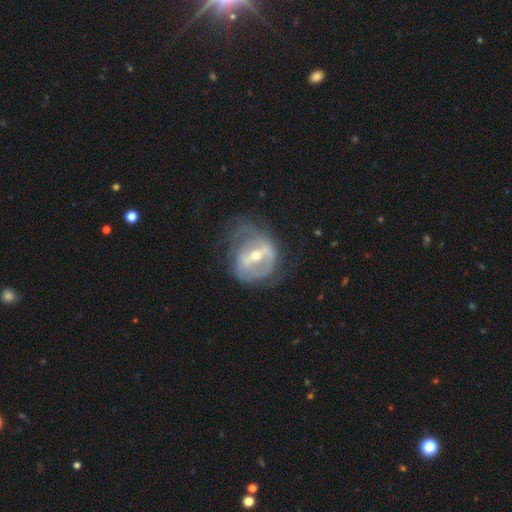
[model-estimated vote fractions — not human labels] Smooth or featured?
  - featured or disk: 78% *
  - smooth: 15%
  - star or artifact: 7%
Edge-on disk?
  - no: 94% *
  - yes: 6%
Bar?
  - strong: 58% *
  - weak: 31%
  - no: 11%
Spiral arms?
  - yes: 62% *
  - no: 38%
Bulge size?
  - moderate: 54% *
  - small: 41%
  - large: 3%
  - none: 1%
  - dominant: 1%
Merging?
  - none: 48% *
  - major disturbance: 25%
  - minor disturbance: 25%
  - merger: 2%